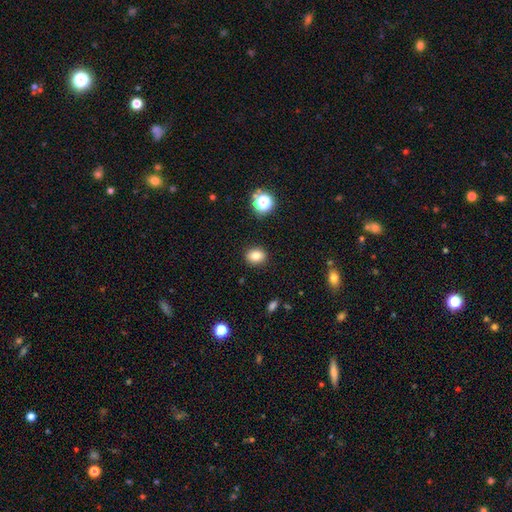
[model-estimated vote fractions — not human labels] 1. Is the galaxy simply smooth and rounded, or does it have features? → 83% smooth, 12% star or artifact, 6% featured or disk.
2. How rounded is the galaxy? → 54% round, 45% in between, 1% cigar-shaped.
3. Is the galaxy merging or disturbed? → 90% none, 7% minor disturbance, 2% major disturbance, 1% merger.